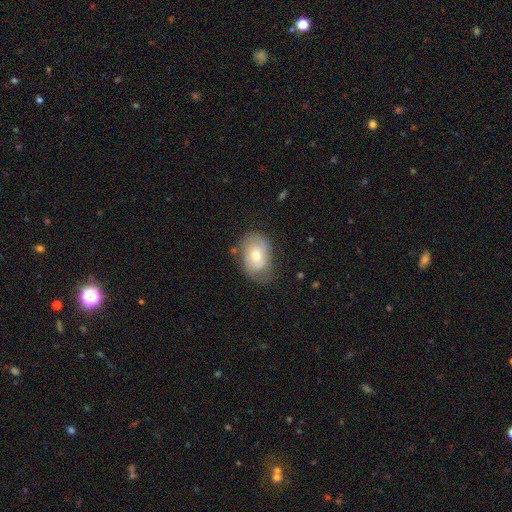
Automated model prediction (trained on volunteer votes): Overall: featured or disk (54%; smooth 38%). Edge-on disk: no (95%). Bar: no (68%). Spiral arms: yes (73%). Bulge size: moderate (69%). Merging: none (63%; minor disturbance 26%).